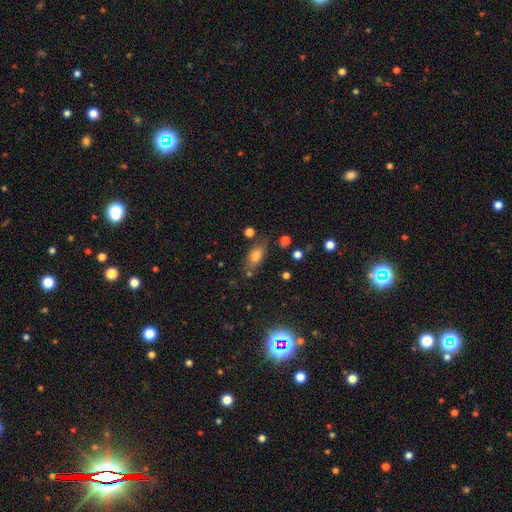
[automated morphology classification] This appears to be a smooth galaxy with no disk features (73%) that is in between round and cigar-shaped (79%). Merging: none (72%).